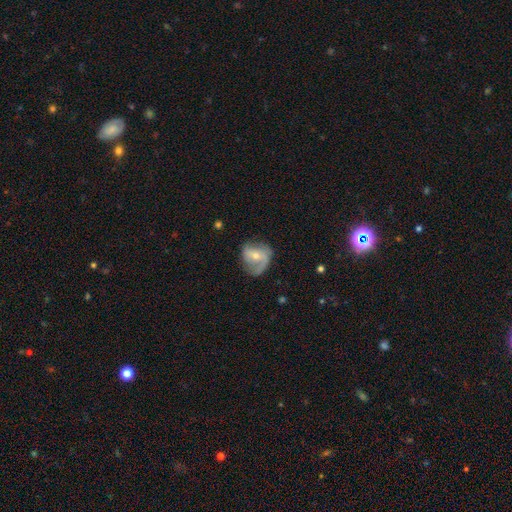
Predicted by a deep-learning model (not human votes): featured or disk 67%, smooth 25%, star or artifact 8%. Down the decision tree: edge-on disk — no (96%); bar — no (47%); spiral arms — yes (83%); spiral arm count — 2 (60%); spiral winding — medium (40%); bulge size — moderate (49%); merging — none (55%).